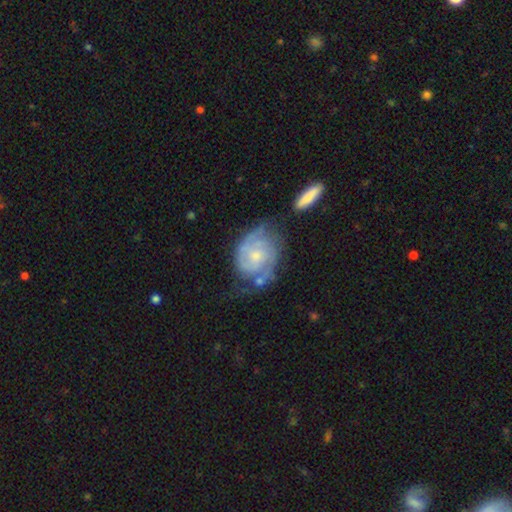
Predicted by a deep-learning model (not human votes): Smooth or featured? Predicted: featured or disk (p=0.80). Edge-on disk? Predicted: no (p=0.97). Bar? Predicted: no (p=0.71). Spiral arms? Predicted: yes (p=0.93). Spiral winding? Predicted: tight (p=0.55). Spiral arm count? Predicted: 2 (p=0.50). Bulge size? Predicted: small (p=0.62). Merging? Predicted: none (p=0.48).